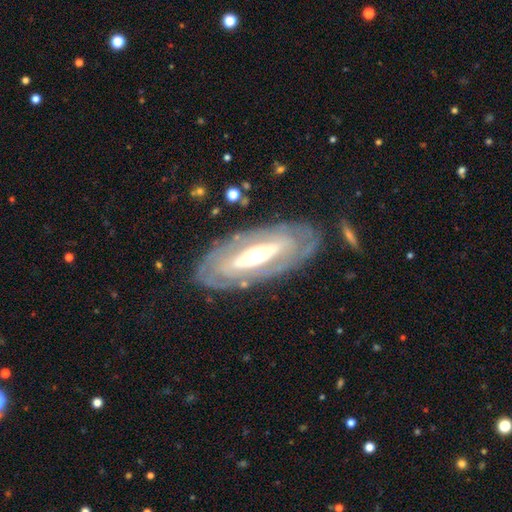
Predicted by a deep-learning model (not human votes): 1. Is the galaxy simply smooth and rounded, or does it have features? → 80% featured or disk, 15% smooth, 5% star or artifact.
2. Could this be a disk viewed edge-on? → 85% no, 15% yes.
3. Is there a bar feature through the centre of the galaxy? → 44% no, 32% strong, 25% weak.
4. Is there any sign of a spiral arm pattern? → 57% yes, 43% no.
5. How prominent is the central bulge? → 63% moderate, 21% large, 13% small, 2% dominant, 1% none.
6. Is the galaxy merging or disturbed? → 81% none, 12% minor disturbance, 5% major disturbance, 2% merger.